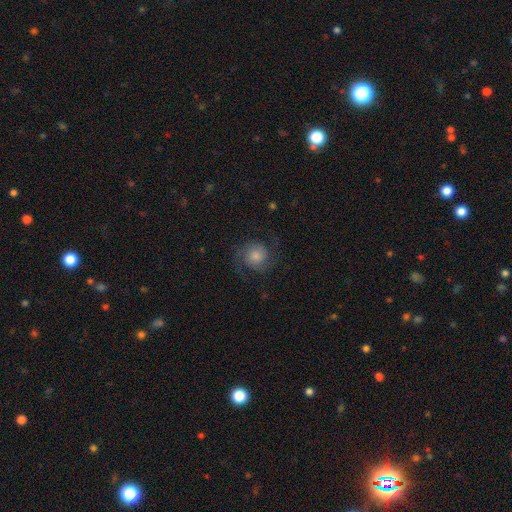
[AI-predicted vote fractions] Q: Smooth or featured?
A: featured or disk (64%); runner-up: smooth (25%)
Q: Edge-on disk?
A: no (98%); runner-up: yes (2%)
Q: Bar?
A: no (76%); runner-up: weak (21%)
Q: Spiral arms?
A: yes (94%); runner-up: no (6%)
Q: Spiral winding?
A: medium (47%); runner-up: tight (32%)
Q: Spiral arm count?
A: 2 (82%); runner-up: can't tell (7%)
Q: Bulge size?
A: moderate (38%); runner-up: small (26%)
Q: Merging?
A: none (76%); runner-up: minor disturbance (13%)